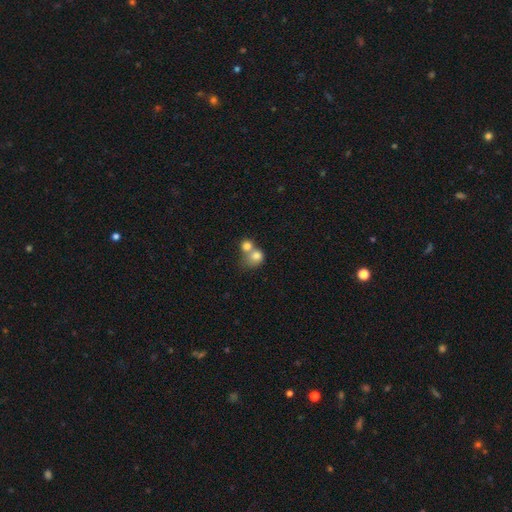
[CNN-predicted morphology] Overall: smooth (77%). How rounded: round (72%). Merging: merger (65%; none 25%).